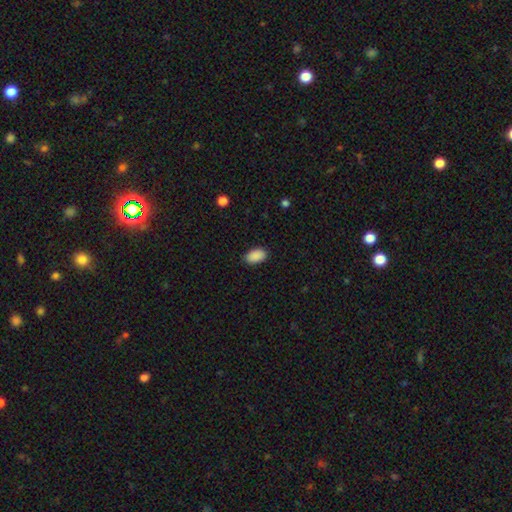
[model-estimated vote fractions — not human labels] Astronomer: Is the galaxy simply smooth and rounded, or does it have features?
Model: smooth — 90%.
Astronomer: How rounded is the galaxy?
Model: in between — 93%.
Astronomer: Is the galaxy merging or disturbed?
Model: none — 87%.